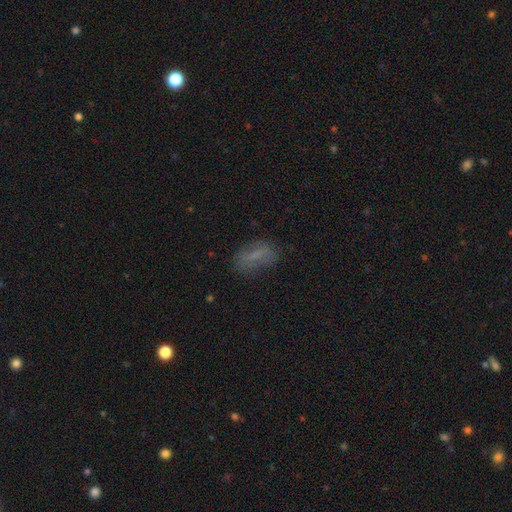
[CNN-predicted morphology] smooth 64%, featured or disk 22%, star or artifact 14%. Down the decision tree: how rounded — in between (81%); merging — none (66%).